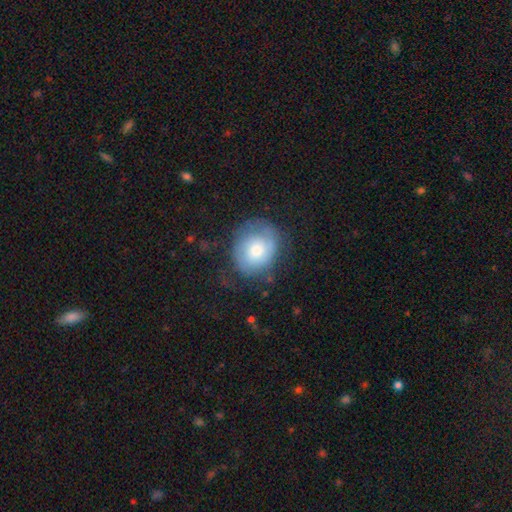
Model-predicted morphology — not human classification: Overall: smooth (49%; featured or disk 43%). Merging: none (60%; minor disturbance 23%).